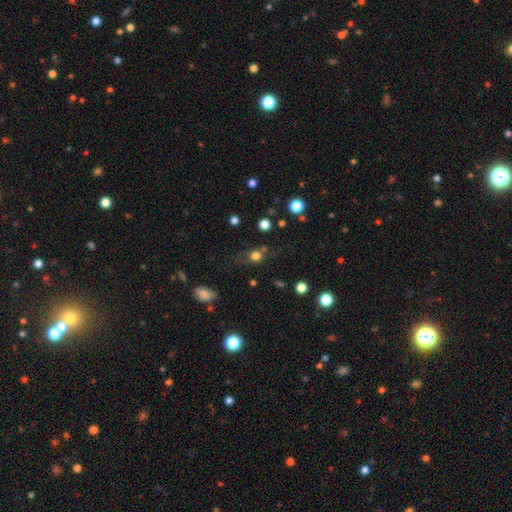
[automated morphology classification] smooth_or_featured: smooth (p=0.72) [alt: star or artifact p=0.18]
how_rounded: round (p=0.70) [alt: in between p=0.27]
merging: none (p=0.60) [alt: minor disturbance p=0.20]